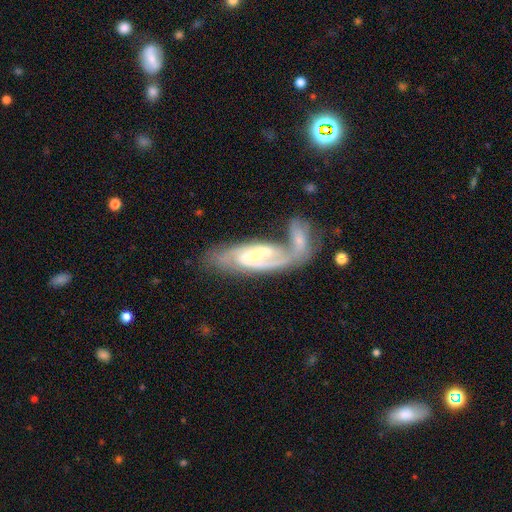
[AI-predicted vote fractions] smooth_or_featured: featured or disk (p=0.84) [alt: smooth p=0.11]
disk_edge_on: no (p=0.92) [alt: yes p=0.08]
bar: weak (p=0.40) [tied with: strong p=0.40]
has_spiral_arms: yes (p=0.95) [alt: no p=0.05]
spiral_winding: medium (p=0.47) [alt: tight p=0.34]
spiral_arm_count: 2 (p=0.76) [alt: 1 p=0.10]
bulge_size: small (p=0.50) [alt: moderate p=0.29]
merging: merger (p=0.47) [alt: none p=0.31]